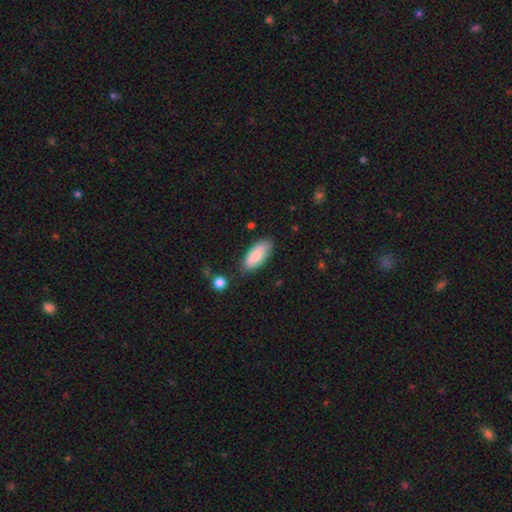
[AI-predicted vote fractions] Q: Smooth or featured?
A: smooth (85%); runner-up: featured or disk (9%)
Q: How rounded?
A: in between (83%); runner-up: cigar-shaped (16%)
Q: Merging?
A: none (77%); runner-up: minor disturbance (16%)